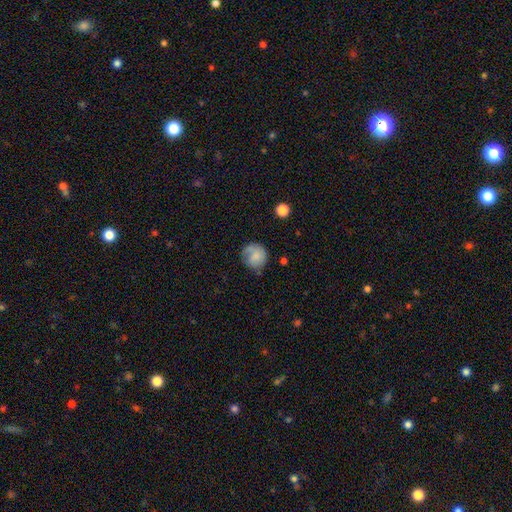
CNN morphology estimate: smooth-or-featured: smooth: 70% | featured or disk: 22% | star or artifact: 8%
  how-rounded: round: 86% | in between: 13% | cigar-shaped: 1%
  merging: none: 61% | minor disturbance: 24% | major disturbance: 12% | merger: 3%